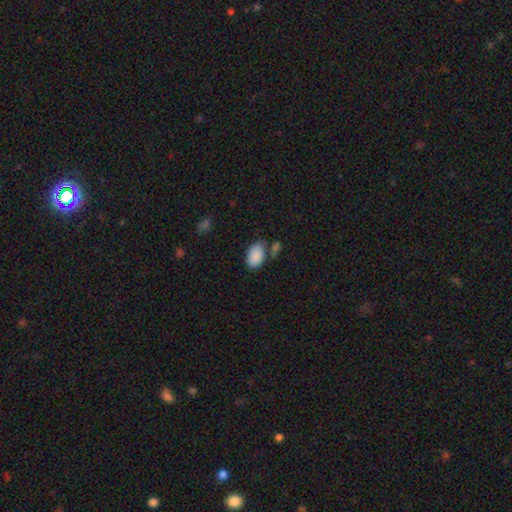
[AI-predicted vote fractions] Morphology: type=smooth (88%); roundness=in between (92%); merging=none (62%).